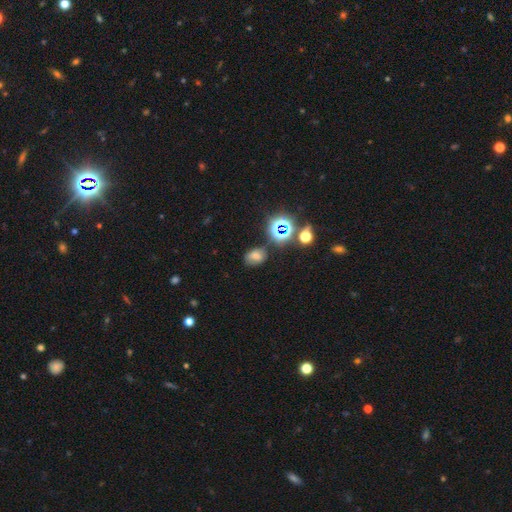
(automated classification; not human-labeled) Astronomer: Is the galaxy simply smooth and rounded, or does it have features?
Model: smooth — 56%.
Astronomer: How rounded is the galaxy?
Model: in between — 68%.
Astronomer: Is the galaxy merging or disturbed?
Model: none — 65%.